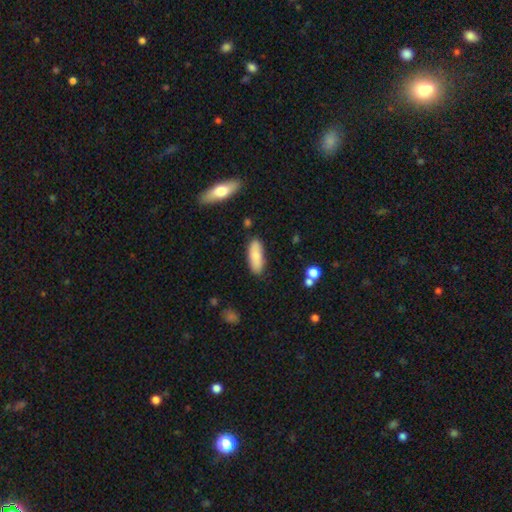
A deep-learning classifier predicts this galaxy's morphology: This appears to be a smooth galaxy with no disk features (78%) that is in between round and cigar-shaped (68%). Merging: none (84%).